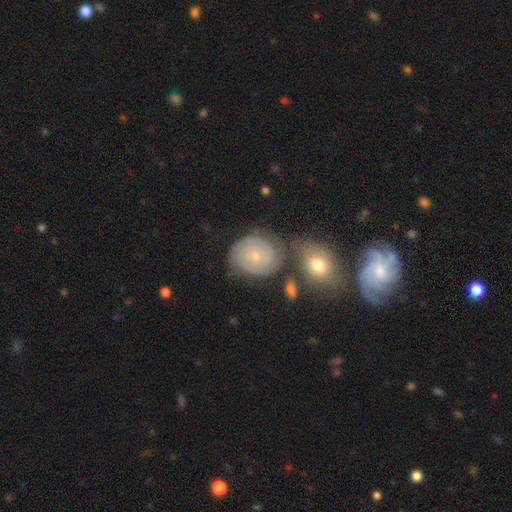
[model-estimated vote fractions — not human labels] Smooth or featured? featured or disk (61%)
Edge-on disk? no (97%)
Bar? no (81%)
Spiral arms? yes (86%)
Spiral winding? tight (76%)
Spiral arm count? 2 (43%)
Bulge size? small (77%)
Merging? none (64%)